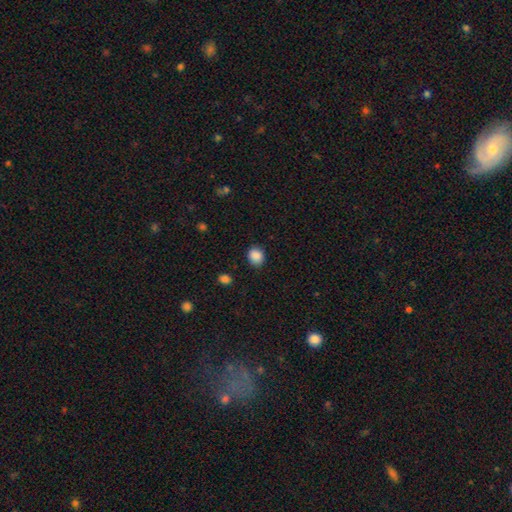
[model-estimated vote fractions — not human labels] A smooth galaxy with no disk features (88%) that is round (68%).

Vote fractions:
- Smooth or featured? smooth: 88% / star or artifact: 9% / featured or disk: 3%
- How rounded? round: 68% / in between: 31% / cigar-shaped: 1%
- Merging? none: 86% / minor disturbance: 10% / major disturbance: 3% / merger: 1%